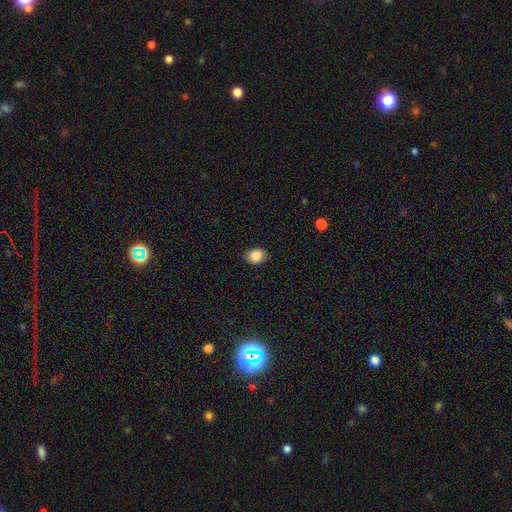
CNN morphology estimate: smooth 86%, star or artifact 9%, featured or disk 5%. Down the decision tree: how rounded — in between (57%); merging — none (84%).